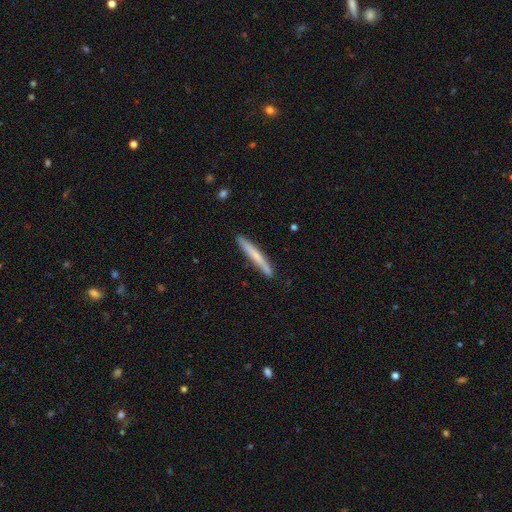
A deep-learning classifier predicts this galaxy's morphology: Smooth or featured: smooth — 61% (featured or disk — 33%)
How rounded: cigar-shaped — 97% (in between — 2%)
Merging: none — 86% (minor disturbance — 10%)